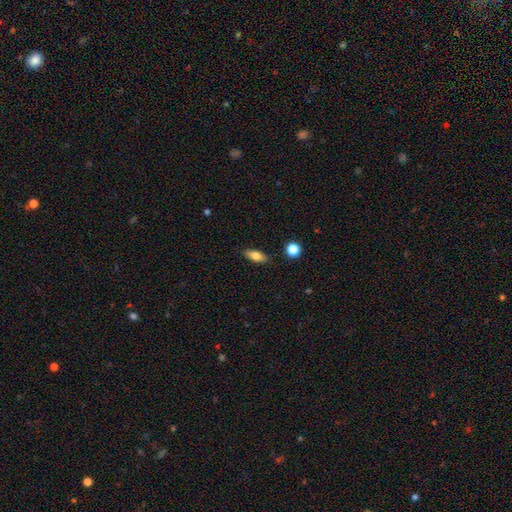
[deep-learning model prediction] smooth_or_featured: smooth (p=0.76) [alt: featured or disk p=0.16]
how_rounded: in between (p=0.75) [alt: cigar-shaped p=0.21]
merging: none (p=0.87) [alt: minor disturbance p=0.09]